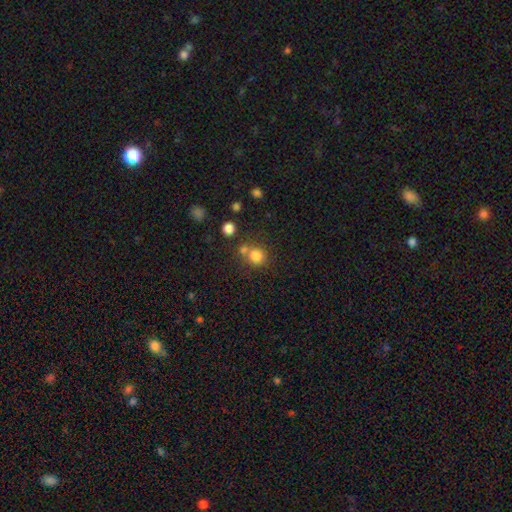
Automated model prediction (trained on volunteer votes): Morphology: type=smooth (80%); roundness=round (81%); merging=none (56%).